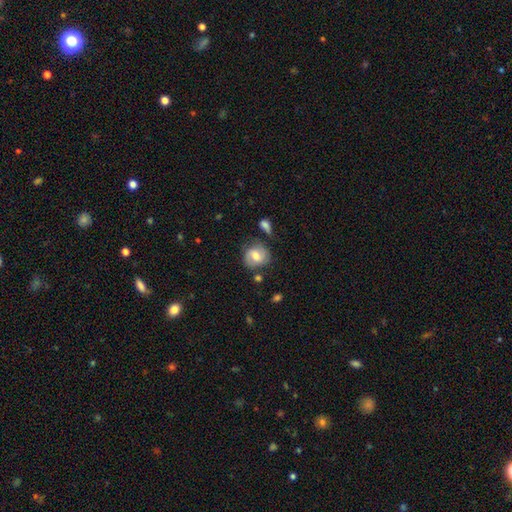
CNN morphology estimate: type=smooth (50%); roundness=round (75%); merging=none (66%).